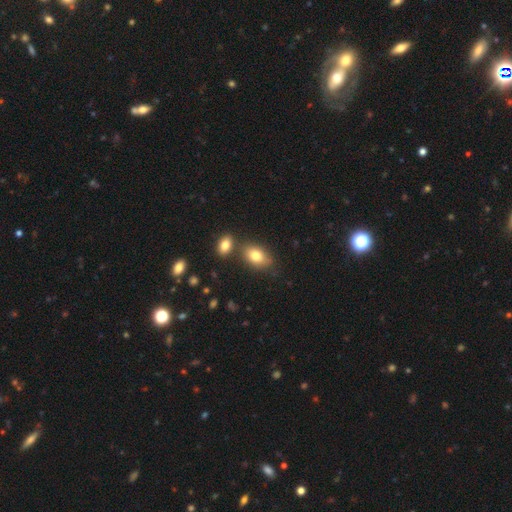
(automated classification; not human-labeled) Smooth or featured? smooth (80%)
How rounded? in between (88%)
Merging? none (66%)